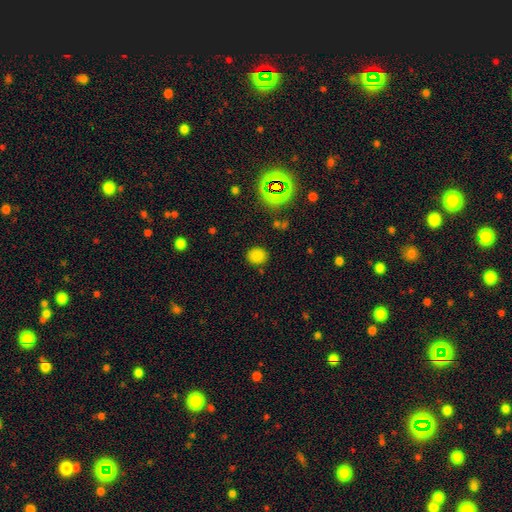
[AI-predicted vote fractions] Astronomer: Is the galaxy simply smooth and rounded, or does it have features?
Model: smooth — 79%.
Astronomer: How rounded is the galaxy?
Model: round — 74%.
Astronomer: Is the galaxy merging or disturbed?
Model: none — 85%.